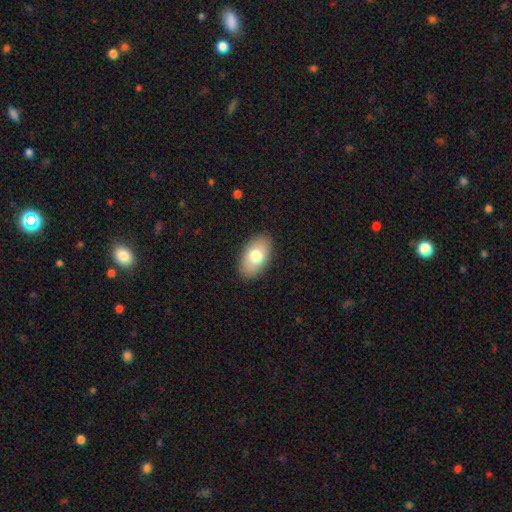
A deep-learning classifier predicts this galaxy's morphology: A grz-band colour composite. It shows a smooth galaxy with no disk features (74%) that is in between round and cigar-shaped (92%). Merging: none (88%).